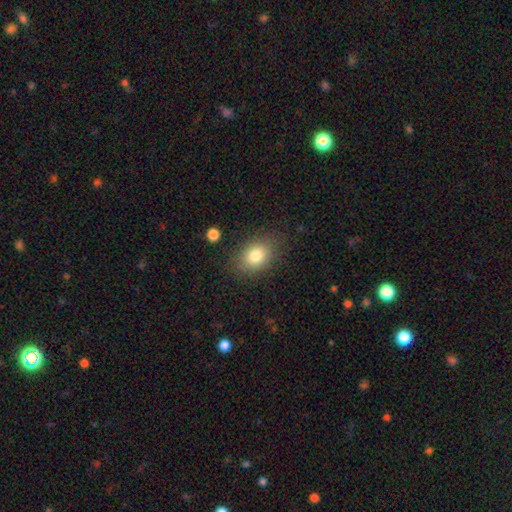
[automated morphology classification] Q: Smooth or featured?
A: smooth (81%); runner-up: featured or disk (10%)
Q: How rounded?
A: in between (69%); runner-up: round (30%)
Q: Merging?
A: none (81%); runner-up: minor disturbance (13%)